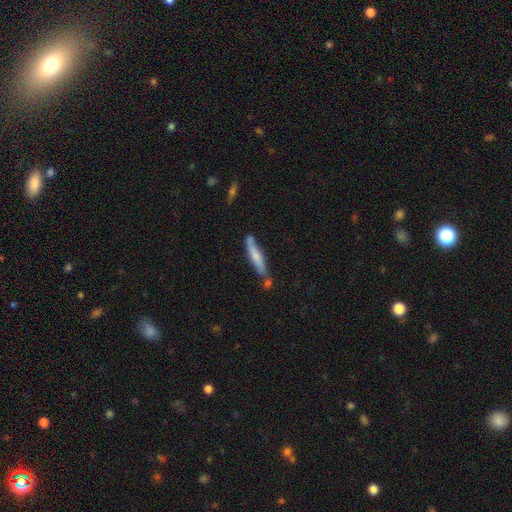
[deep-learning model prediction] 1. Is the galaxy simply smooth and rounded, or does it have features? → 62% smooth, 33% featured or disk, 5% star or artifact.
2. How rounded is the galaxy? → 90% cigar-shaped, 9% in between, 1% round.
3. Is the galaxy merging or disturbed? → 65% none, 18% minor disturbance, 13% merger, 4% major disturbance.